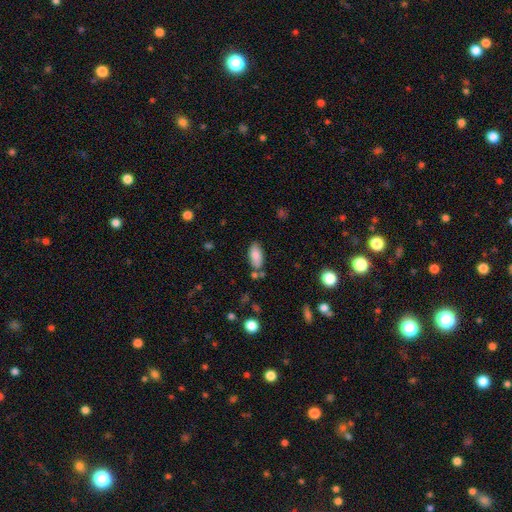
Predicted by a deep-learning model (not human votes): A smooth galaxy with no disk features (84%) that is in between round and cigar-shaped (90%). Merging: none (74%).